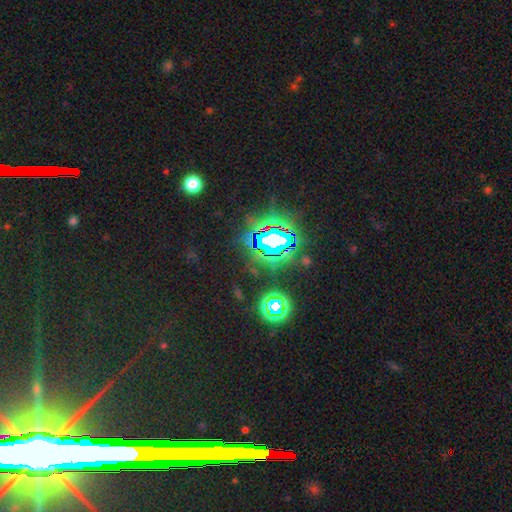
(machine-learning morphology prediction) type=star or artifact (79%).